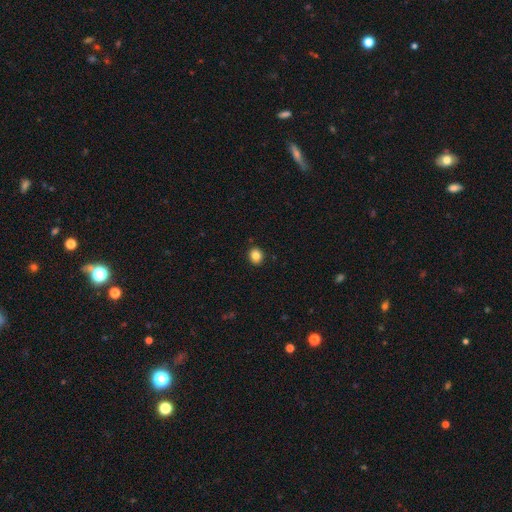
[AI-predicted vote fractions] A smooth galaxy with no disk features (84%) that is round (71%).

Vote fractions:
- Smooth or featured? smooth: 84% / star or artifact: 10% / featured or disk: 5%
- How rounded? round: 71% / in between: 28% / cigar-shaped: 1%
- Merging? none: 91% / minor disturbance: 6% / major disturbance: 2% / merger: 1%